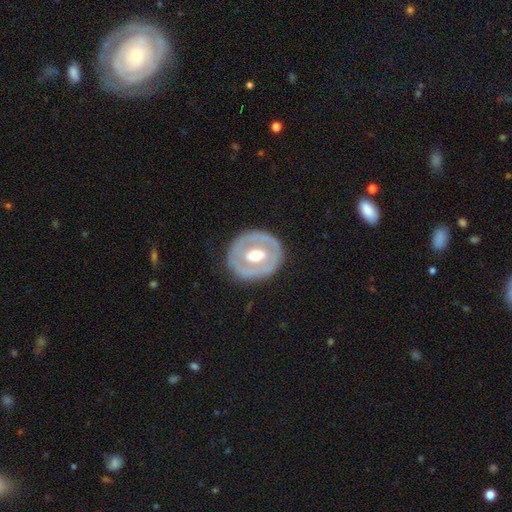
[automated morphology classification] A featured or disk galaxy (63%) with no bar (48%), no spiral arms (80%) and a moderate central bulge (70%). Merging: none (81%).